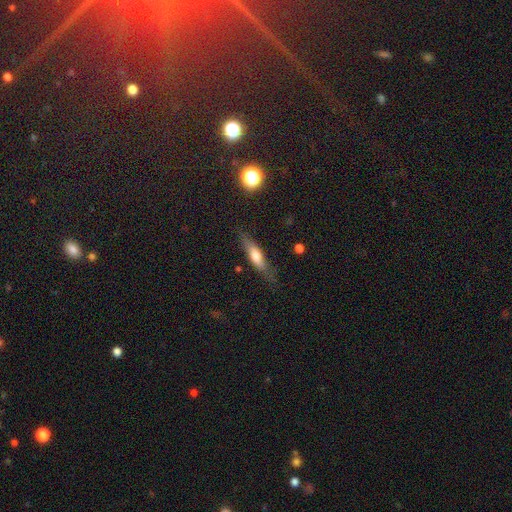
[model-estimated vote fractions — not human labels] Q: Smooth or featured?
A: smooth (57%); runner-up: featured or disk (35%)
Q: How rounded?
A: cigar-shaped (66%); runner-up: in between (31%)
Q: Merging?
A: none (75%); runner-up: minor disturbance (18%)